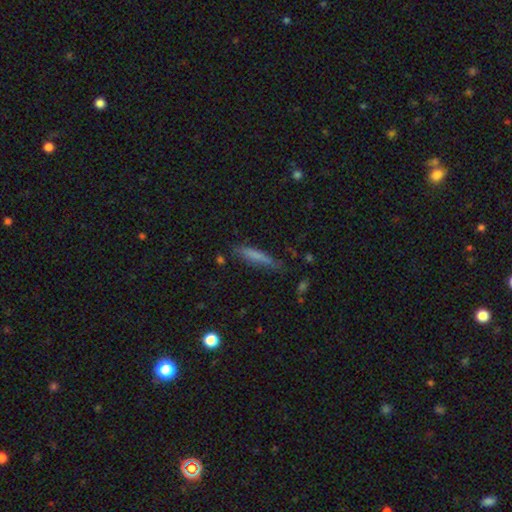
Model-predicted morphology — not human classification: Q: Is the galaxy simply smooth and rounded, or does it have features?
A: smooth — 69%.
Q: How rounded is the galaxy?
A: cigar-shaped — 88%.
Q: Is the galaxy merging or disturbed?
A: none — 75%.